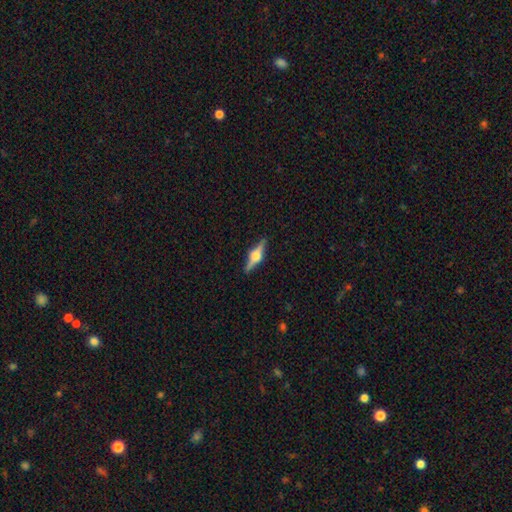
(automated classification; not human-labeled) Smooth or featured: featured or disk — 80% (smooth — 14%)
Edge-on disk: yes — 98% (no — 2%)
Edge-on bulge: rounded — 93% (boxy — 6%)
Merging: none — 90% (minor disturbance — 7%)